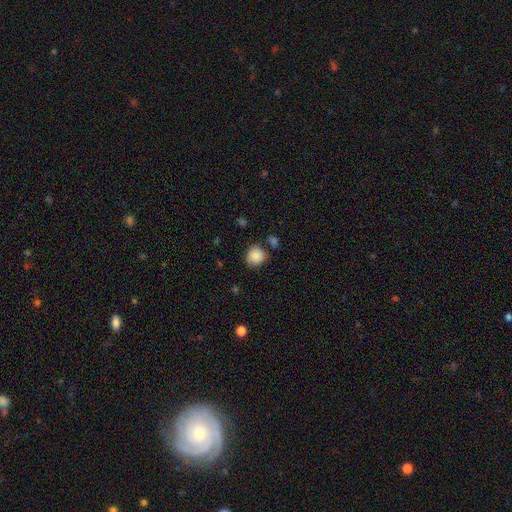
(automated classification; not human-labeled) Morphology: type=smooth (86%); roundness=round (86%); merging=none (75%).